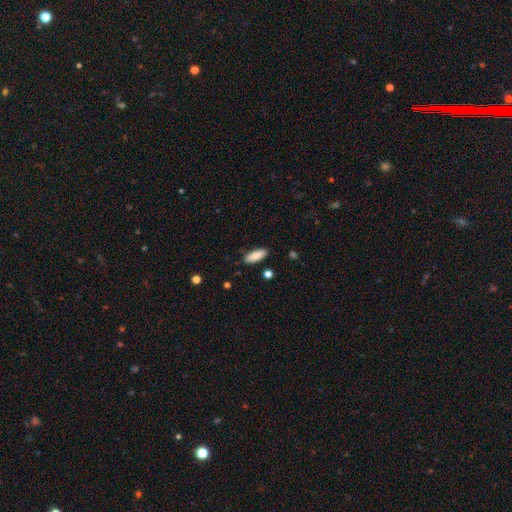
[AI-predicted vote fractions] Smooth or featured?
  - smooth: 87% *
  - featured or disk: 7%
  - star or artifact: 6%
How rounded?
  - in between: 71% *
  - cigar-shaped: 27%
  - round: 2%
Merging?
  - none: 86% *
  - minor disturbance: 10%
  - major disturbance: 2%
  - merger: 2%